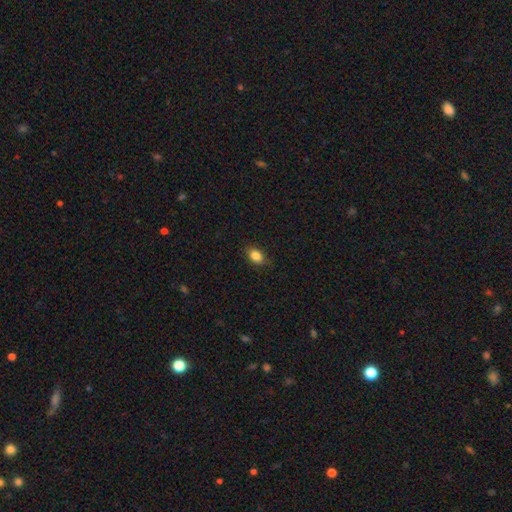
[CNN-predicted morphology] A smooth galaxy with no disk features (86%) that is in between round and cigar-shaped (80%).

Vote fractions:
- Smooth or featured? smooth: 86% / star or artifact: 9% / featured or disk: 5%
- How rounded? in between: 80% / round: 18% / cigar-shaped: 2%
- Merging? none: 86% / minor disturbance: 11% / major disturbance: 2% / merger: 1%